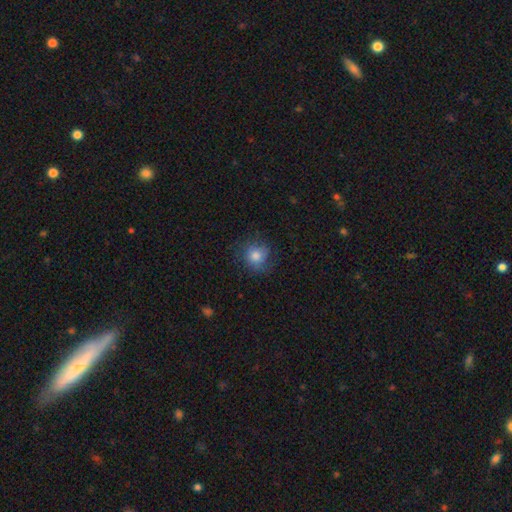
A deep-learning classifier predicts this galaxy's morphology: smooth 78%, featured or disk 12%, star or artifact 10%. Down the decision tree: how rounded — round (85%); merging — none (70%).